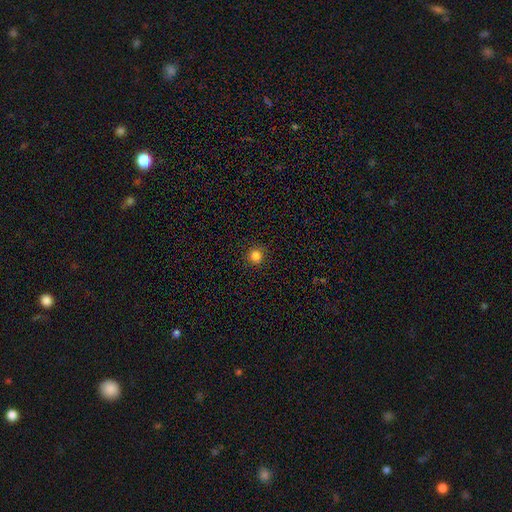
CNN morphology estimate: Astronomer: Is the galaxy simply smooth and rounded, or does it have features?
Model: smooth — 83%.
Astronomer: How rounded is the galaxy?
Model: round — 94%.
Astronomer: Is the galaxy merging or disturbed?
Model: none — 92%.